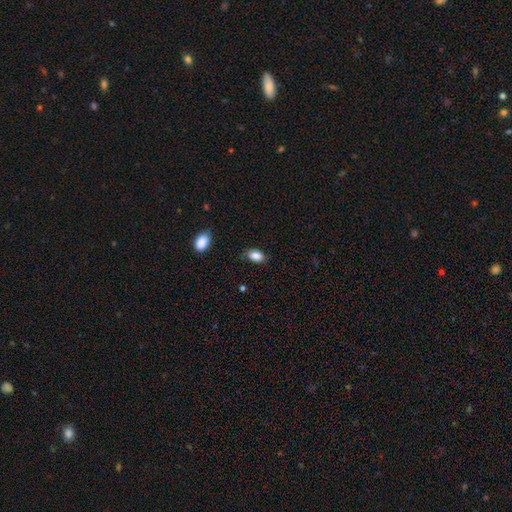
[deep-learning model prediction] smooth_or_featured: smooth (p=0.86) [alt: star or artifact p=0.08]
how_rounded: in between (p=0.88) [alt: round p=0.10]
merging: none (p=0.77) [alt: minor disturbance p=0.18]